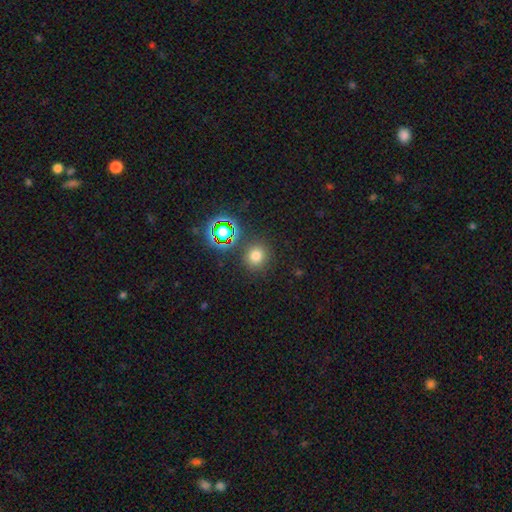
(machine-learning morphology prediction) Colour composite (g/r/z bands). It shows a smooth galaxy with no disk features (69%) that is round (89%). Merging: none (85%).